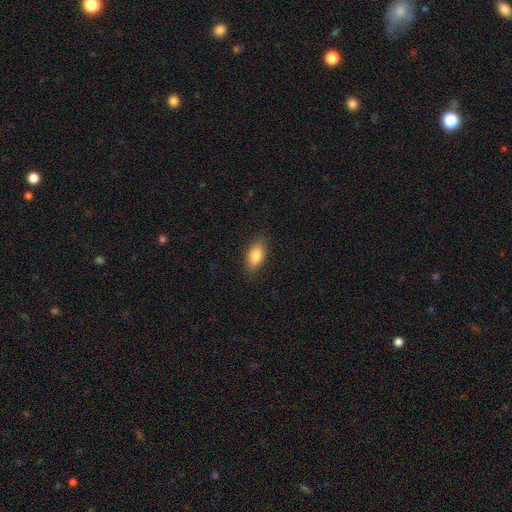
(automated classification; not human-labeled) Overall: smooth (84%). How rounded: in between (89%). Merging: none (85%).